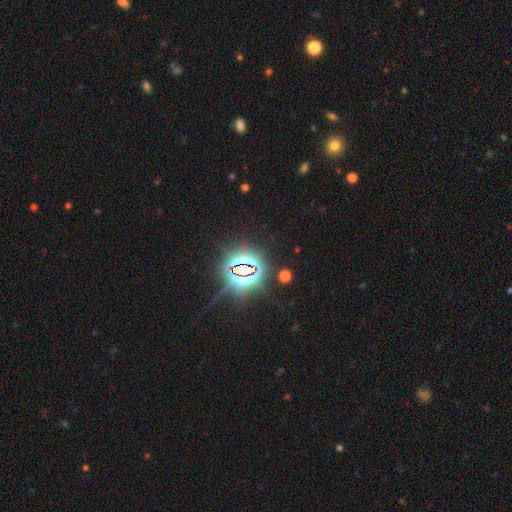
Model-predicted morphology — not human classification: Smooth or featured: star or artifact — 84% (smooth — 8%)